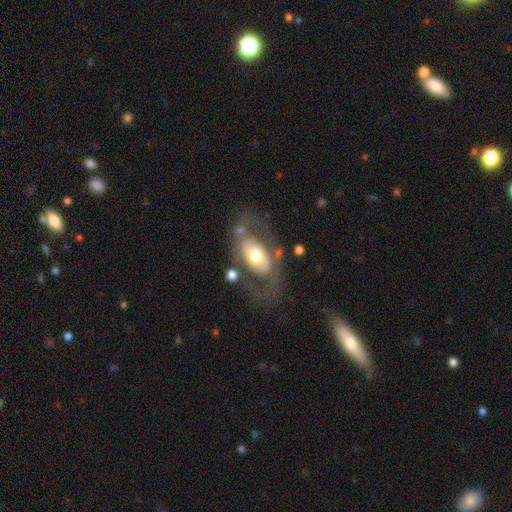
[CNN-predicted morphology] type=featured or disk (57%); edge-on=no (90%); bar=no (74%); spiral arms=no (67%); bulge=moderate (65%); merging=none (64%).